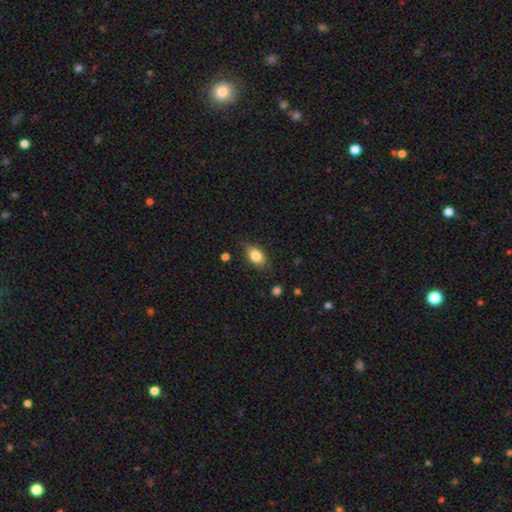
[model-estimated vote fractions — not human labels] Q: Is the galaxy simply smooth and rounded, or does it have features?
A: smooth — 81%.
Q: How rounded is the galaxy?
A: in between — 80%.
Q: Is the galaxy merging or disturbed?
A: none — 78%.